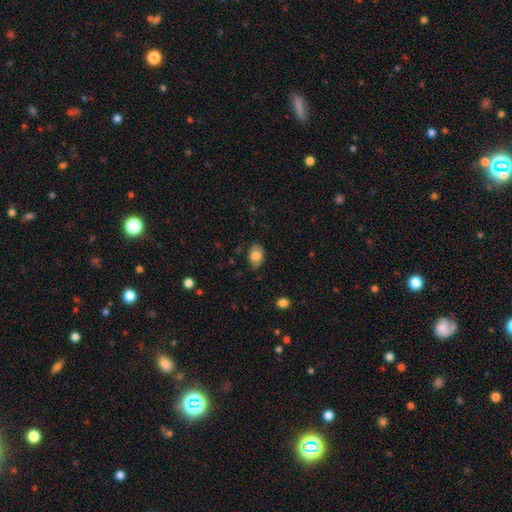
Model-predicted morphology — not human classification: smooth_or_featured: smooth (p=0.76) [alt: featured or disk p=0.16]
how_rounded: in between (p=0.77) [alt: round p=0.22]
merging: none (p=0.80) [alt: minor disturbance p=0.16]